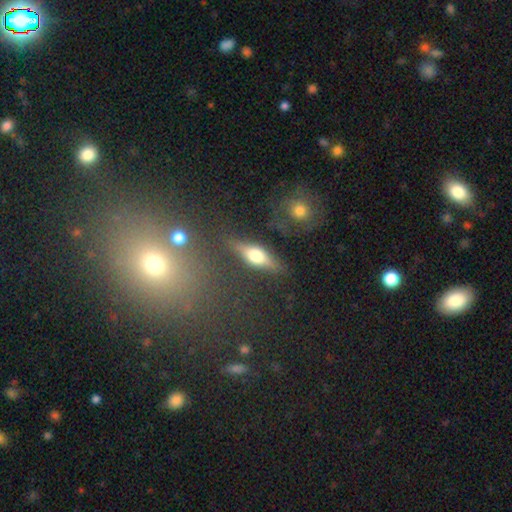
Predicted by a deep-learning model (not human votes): Smooth or featured?
  - featured or disk: 53% *
  - smooth: 38%
  - star or artifact: 9%
Edge-on disk?
  - yes: 89% *
  - no: 11%
Merging?
  - none: 79% *
  - minor disturbance: 13%
  - major disturbance: 5%
  - merger: 3%